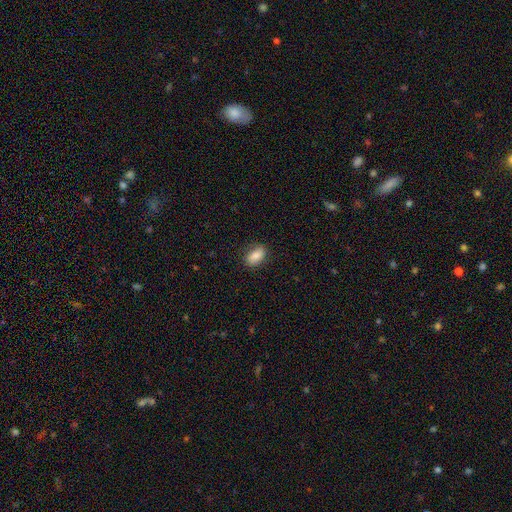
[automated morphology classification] This appears to be a smooth galaxy with no disk features (81%) that is in between round and cigar-shaped (87%). Merging: none (80%).